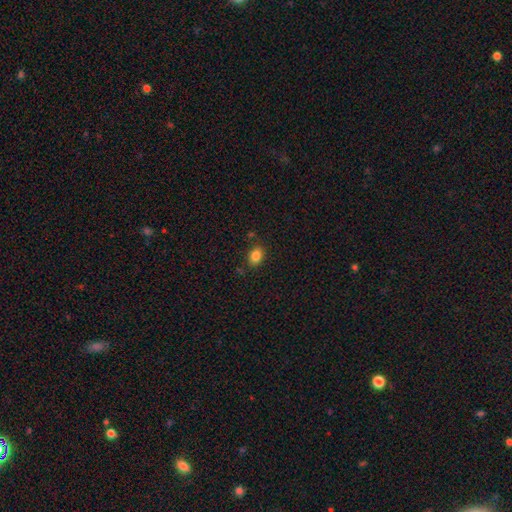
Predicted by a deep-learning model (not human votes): Smooth or featured?
  - smooth: 85% *
  - star or artifact: 10%
  - featured or disk: 5%
How rounded?
  - in between: 74% *
  - round: 24%
  - cigar-shaped: 1%
Merging?
  - none: 82% *
  - minor disturbance: 12%
  - merger: 3%
  - major disturbance: 3%